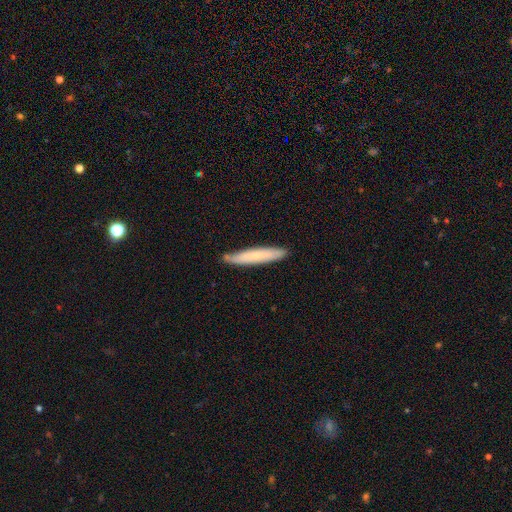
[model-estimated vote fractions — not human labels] Smooth or featured? smooth (71%)
How rounded? cigar-shaped (94%)
Merging? none (85%)